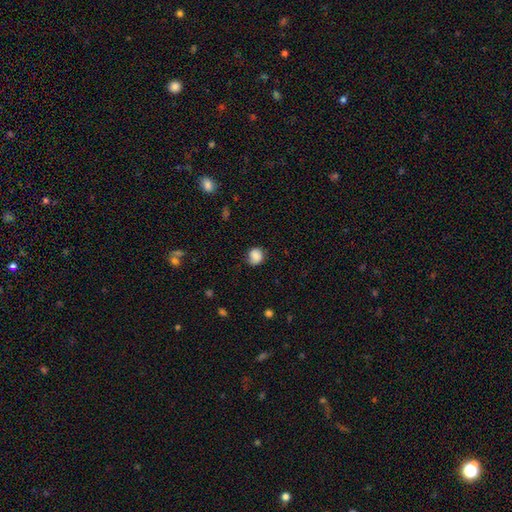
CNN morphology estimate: smooth 83%, star or artifact 9%, featured or disk 8%. Down the decision tree: how rounded — round (79%); merging — none (71%).